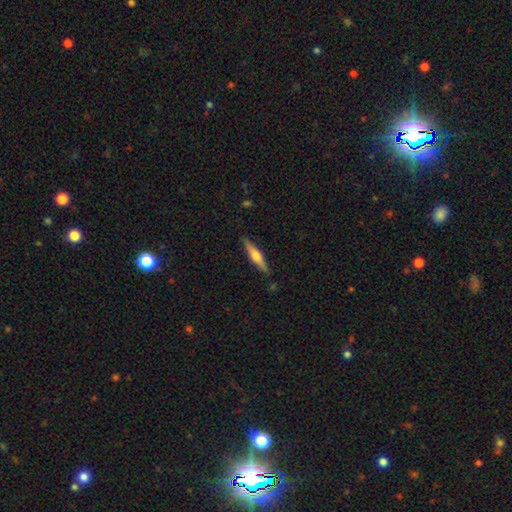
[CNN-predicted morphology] A featured or disk galaxy (53%) viewed edge-on (96%) with a rounded central bulge (87%). Merging: none (88%).